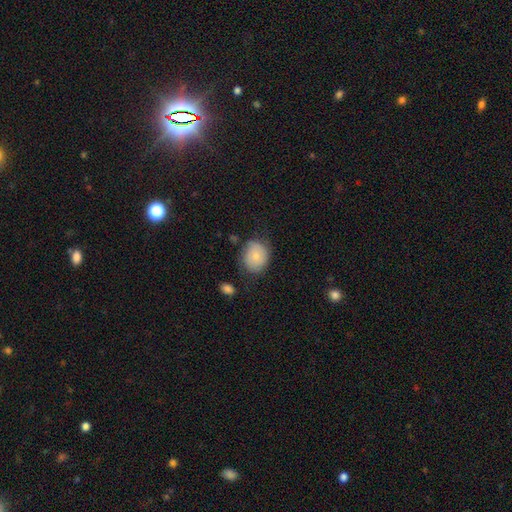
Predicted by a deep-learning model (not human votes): smooth-or-featured: smooth: 72% | featured or disk: 20% | star or artifact: 7%
  how-rounded: round: 61% | in between: 38% | cigar-shaped: 1%
  merging: none: 67% | minor disturbance: 24% | major disturbance: 7% | merger: 3%